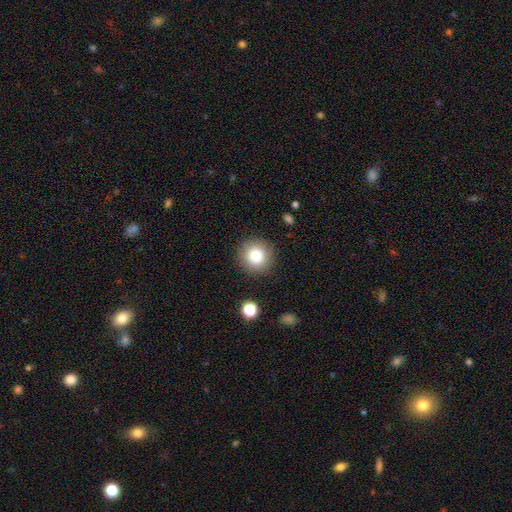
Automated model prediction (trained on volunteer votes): Smooth or featured?
  - smooth: 80% *
  - star or artifact: 11%
  - featured or disk: 10%
How rounded?
  - round: 94% *
  - in between: 5%
  - cigar-shaped: 1%
Merging?
  - none: 89% *
  - minor disturbance: 7%
  - major disturbance: 2%
  - merger: 2%